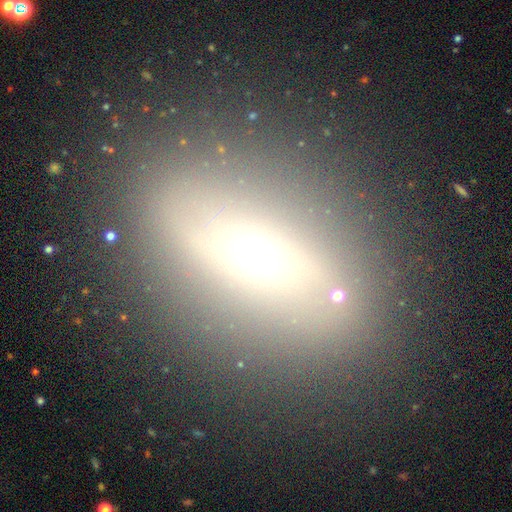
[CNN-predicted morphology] Smooth or featured? Predicted: smooth (p=0.48). Merging? Predicted: none (p=0.81).